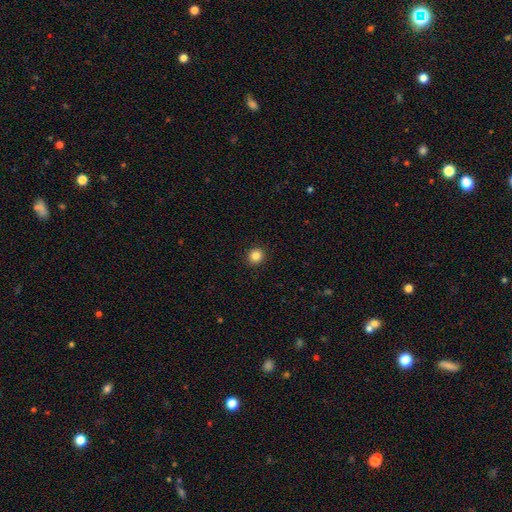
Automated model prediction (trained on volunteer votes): Morphology: type=smooth (85%); roundness=round (90%); merging=none (93%).